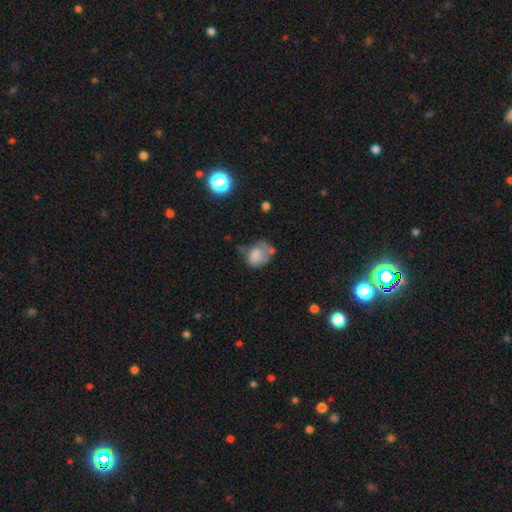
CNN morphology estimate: This is likely a smooth galaxy (72%). How rounded: possibly in between (59%). Merging: marginally none (37%).